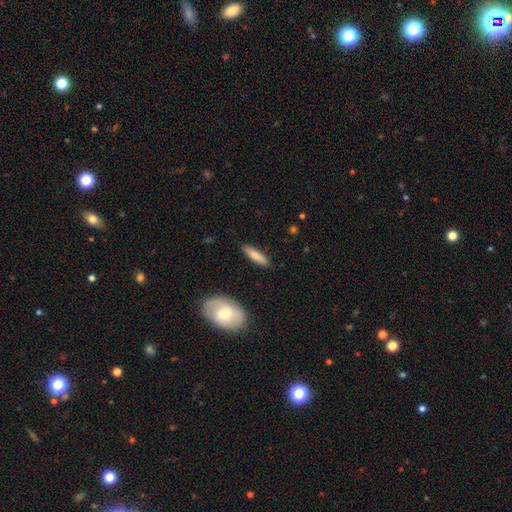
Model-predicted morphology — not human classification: The model was most divided on "how rounded": cigar-shaped: 71%, in between: 27%, round: 2%. More confident: merging — none (88%); smooth or featured — smooth (76%).